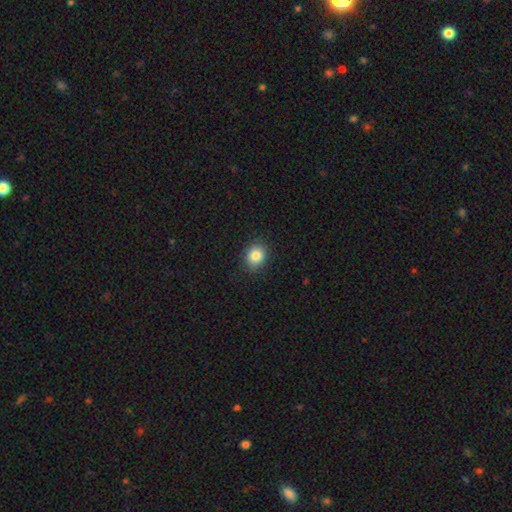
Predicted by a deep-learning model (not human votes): Q: Smooth or featured?
A: smooth (84%); runner-up: star or artifact (10%)
Q: How rounded?
A: round (63%); runner-up: in between (36%)
Q: Merging?
A: none (88%); runner-up: minor disturbance (9%)